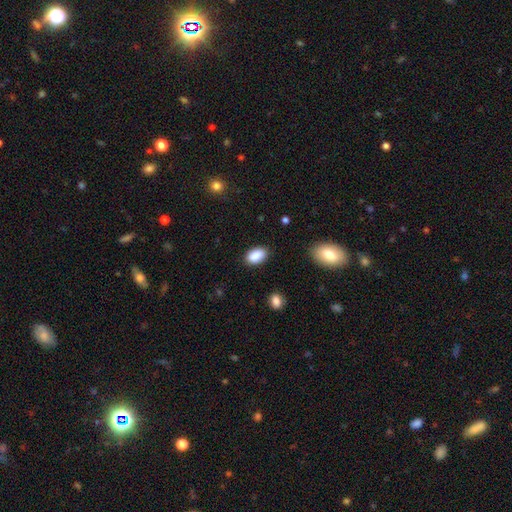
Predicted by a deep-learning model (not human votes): Smooth or featured: smooth — 89% (star or artifact — 7%)
How rounded: in between — 93% (round — 6%)
Merging: none — 87% (minor disturbance — 10%)